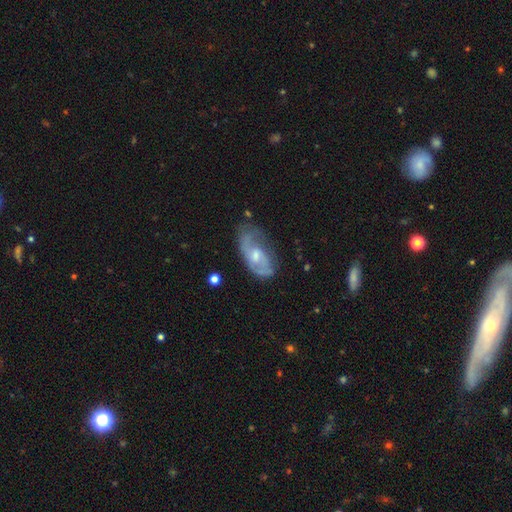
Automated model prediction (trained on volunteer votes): Smooth or featured? featured or disk (72%)
Edge-on disk? no (93%)
Bar? no (58%)
Spiral arms? yes (83%)
Spiral winding? medium (43%)
Spiral arm count? 2 (57%)
Bulge size? moderate (56%)
Merging? none (55%)